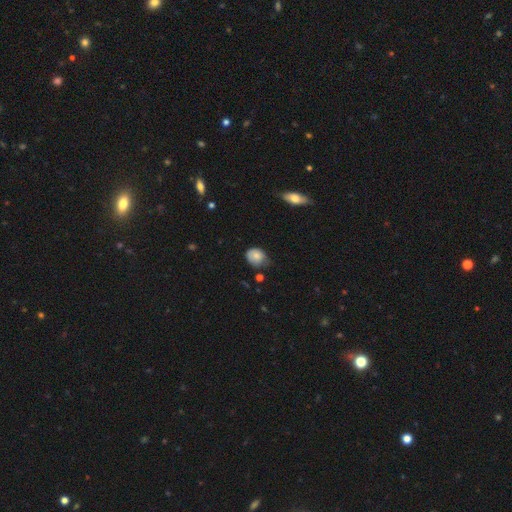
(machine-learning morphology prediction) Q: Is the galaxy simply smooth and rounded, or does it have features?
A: smooth — 78%.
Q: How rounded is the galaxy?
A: round — 54%.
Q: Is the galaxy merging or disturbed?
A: none — 47%.